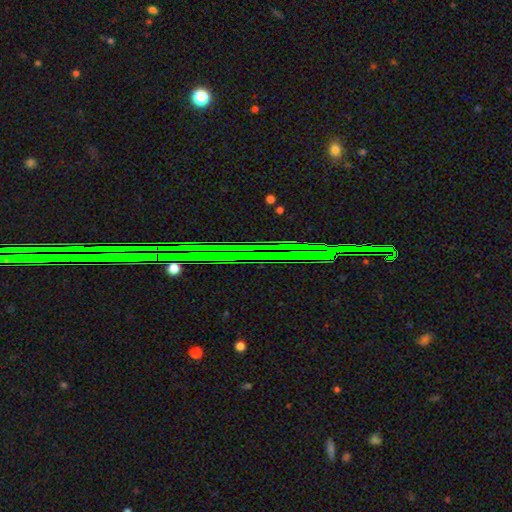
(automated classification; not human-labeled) Q: Smooth or featured?
A: star or artifact (80%); runner-up: featured or disk (12%)